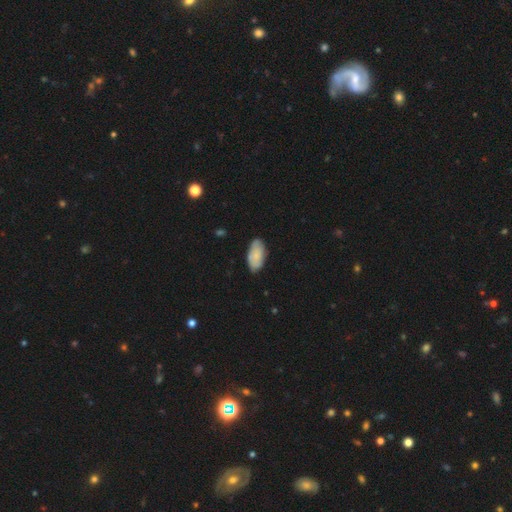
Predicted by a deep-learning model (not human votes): smooth 76%, featured or disk 18%, star or artifact 6%. Down the decision tree: how rounded — in between (95%); merging — none (80%).